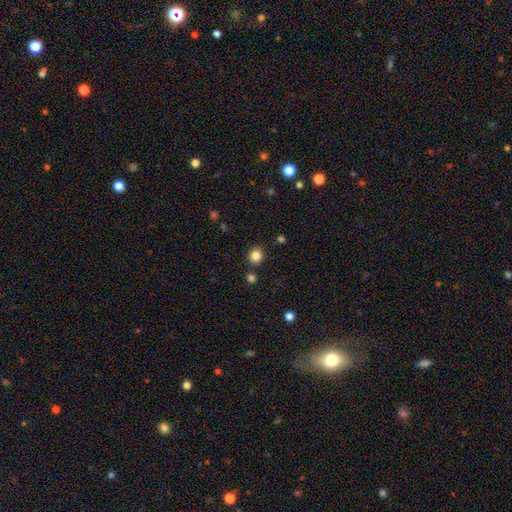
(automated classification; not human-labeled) This appears to be a smooth galaxy with no disk features (84%) that is round (78%). Merging: none (85%).